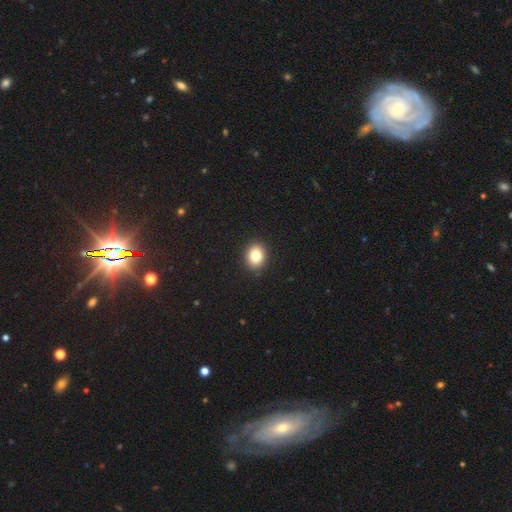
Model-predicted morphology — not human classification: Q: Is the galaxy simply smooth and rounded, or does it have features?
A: smooth — 82%.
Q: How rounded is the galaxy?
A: round — 51%.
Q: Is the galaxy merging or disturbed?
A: none — 91%.